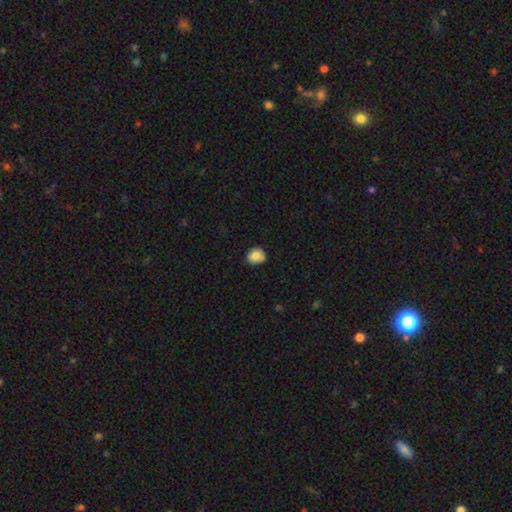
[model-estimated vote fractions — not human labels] Smooth or featured?
  - smooth: 80% *
  - featured or disk: 11%
  - star or artifact: 9%
How rounded?
  - round: 74% *
  - in between: 25%
  - cigar-shaped: 1%
Merging?
  - none: 75% *
  - minor disturbance: 19%
  - major disturbance: 3%
  - merger: 3%